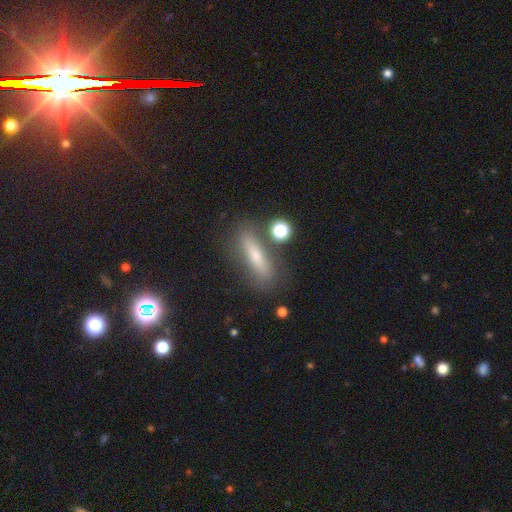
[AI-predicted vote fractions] This is possibly a smooth galaxy (56%). How rounded: likely cigar-shaped (71%). Merging: likely none (76%).